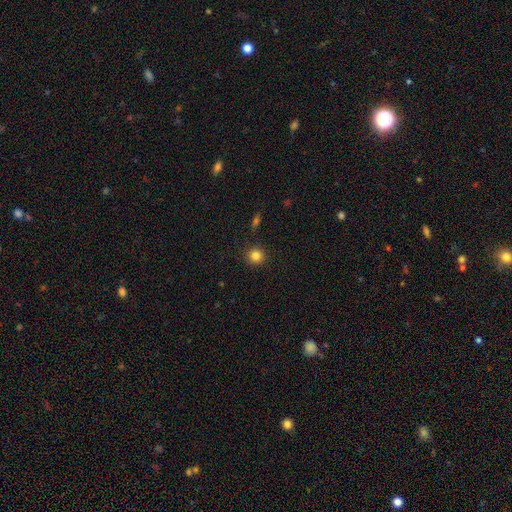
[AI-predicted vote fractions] smooth_or_featured: smooth (p=0.84) [alt: star or artifact p=0.11]
how_rounded: round (p=0.93) [alt: in between p=0.06]
merging: none (p=0.90) [alt: minor disturbance p=0.06]